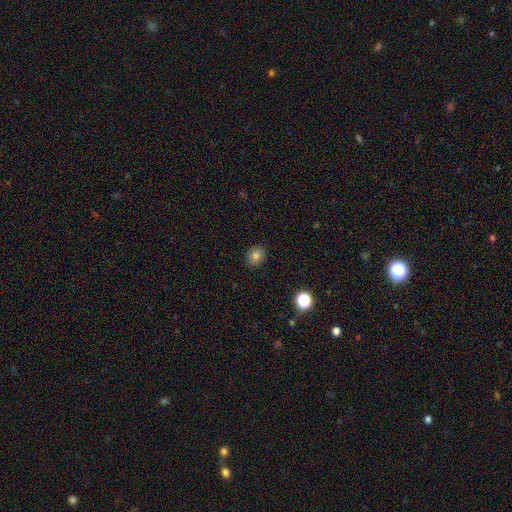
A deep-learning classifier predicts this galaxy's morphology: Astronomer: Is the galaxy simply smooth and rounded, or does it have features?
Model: smooth — 80%.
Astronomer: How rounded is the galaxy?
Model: round — 73%.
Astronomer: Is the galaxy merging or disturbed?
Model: none — 89%.